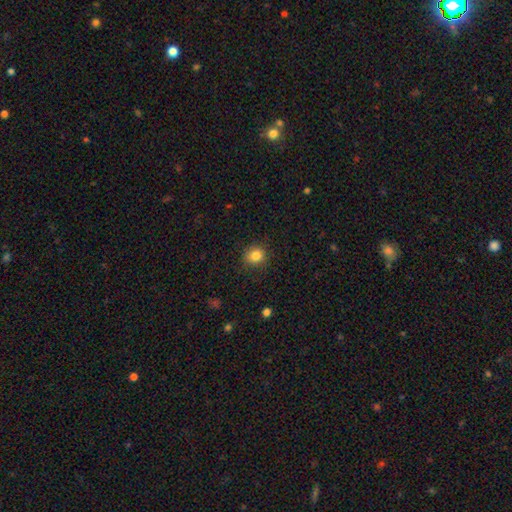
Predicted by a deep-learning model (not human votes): Smooth or featured: smooth — 83% (star or artifact — 11%)
How rounded: round — 86% (in between — 13%)
Merging: none — 87% (minor disturbance — 9%)